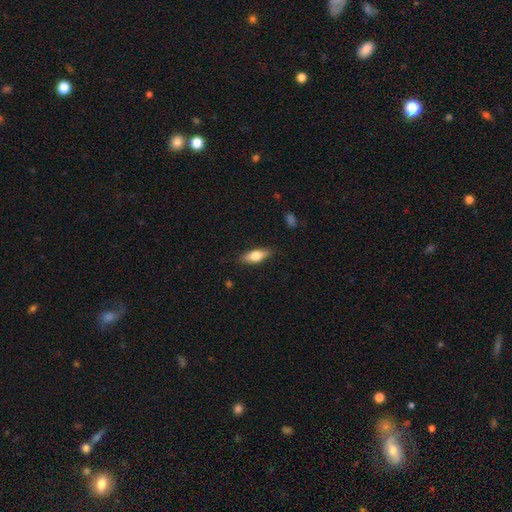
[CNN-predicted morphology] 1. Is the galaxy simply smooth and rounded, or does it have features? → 75% smooth, 19% featured or disk, 6% star or artifact.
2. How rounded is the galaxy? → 73% in between, 25% cigar-shaped, 3% round.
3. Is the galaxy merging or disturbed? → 85% none, 12% minor disturbance, 3% major disturbance, 1% merger.